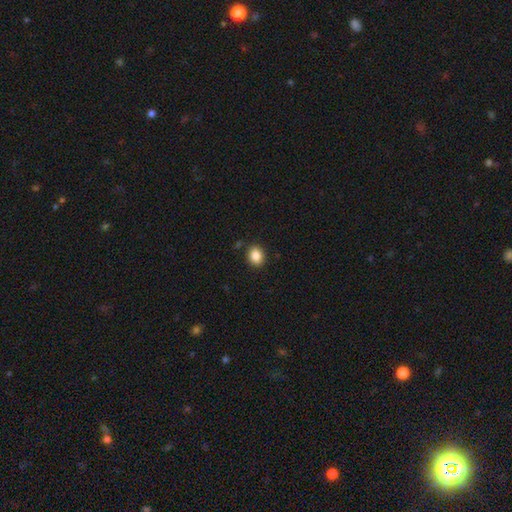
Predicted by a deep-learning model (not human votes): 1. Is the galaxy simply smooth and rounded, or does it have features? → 86% smooth, 9% star or artifact, 4% featured or disk.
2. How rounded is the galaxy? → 54% round, 45% in between, 1% cigar-shaped.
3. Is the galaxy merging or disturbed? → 87% none, 8% minor disturbance, 2% major disturbance, 2% merger.